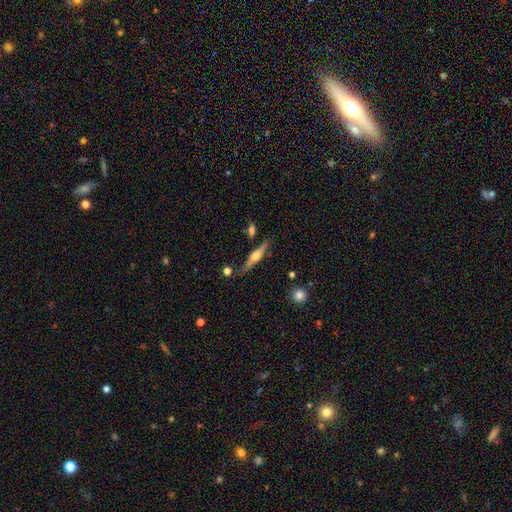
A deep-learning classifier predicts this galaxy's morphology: Q: Smooth or featured?
A: featured or disk (69%); runner-up: smooth (24%)
Q: Edge-on disk?
A: yes (96%); runner-up: no (4%)
Q: Edge-on bulge?
A: rounded (90%); runner-up: boxy (7%)
Q: Merging?
A: none (76%); runner-up: minor disturbance (15%)